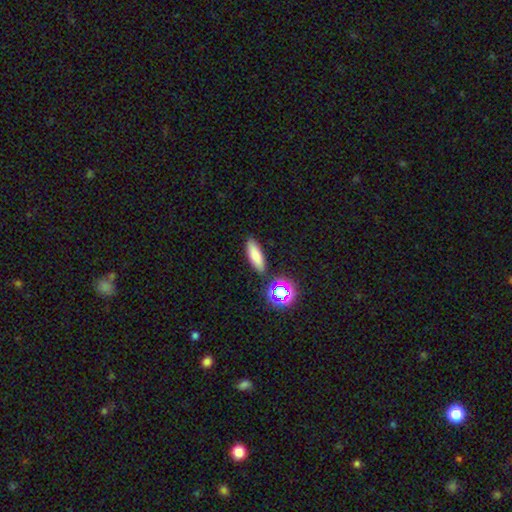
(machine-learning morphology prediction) The model was most divided on "how rounded": in between: 55%, cigar-shaped: 40%, round: 5%. More confident: merging — none (85%); smooth or featured — smooth (75%).